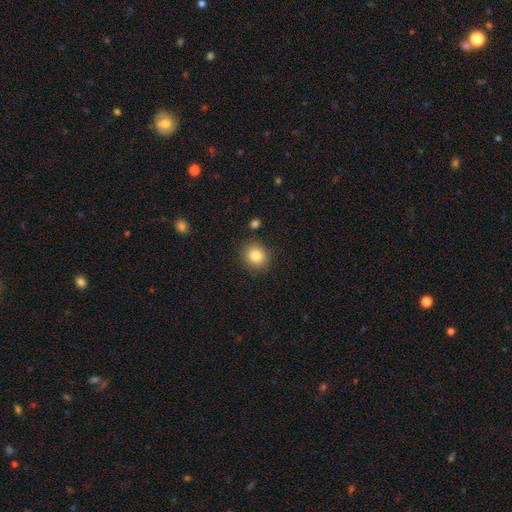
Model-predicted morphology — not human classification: smooth 83%, star or artifact 10%, featured or disk 7%. Down the decision tree: how rounded — round (81%); merging — none (86%).